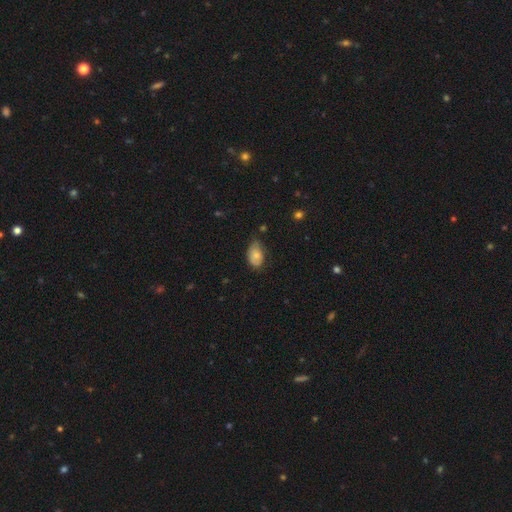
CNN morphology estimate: The model was most divided on "merging": none: 55%, minor disturbance: 36%, major disturbance: 7%, merger: 2%. More confident: how rounded — in between (89%); smooth or featured — smooth (75%).